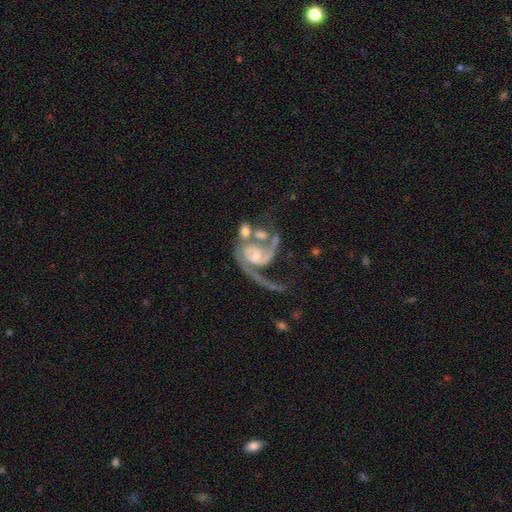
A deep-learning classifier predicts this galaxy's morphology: Q: Smooth or featured?
A: featured or disk (89%); runner-up: star or artifact (5%)
Q: Edge-on disk?
A: no (98%); runner-up: yes (2%)
Q: Bar?
A: no (55%); runner-up: weak (34%)
Q: Spiral arms?
A: yes (96%); runner-up: no (4%)
Q: Spiral winding?
A: medium (47%); runner-up: loose (29%)
Q: Spiral arm count?
A: 2 (67%); runner-up: 1 (18%)
Q: Bulge size?
A: small (50%); runner-up: moderate (39%)
Q: Merging?
A: merger (36%); runner-up: major disturbance (29%)